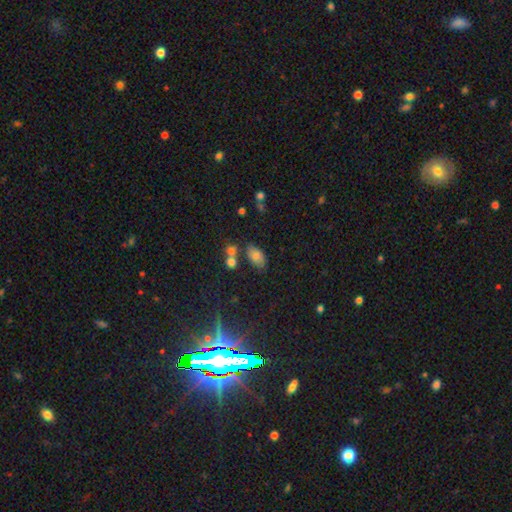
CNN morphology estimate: Q: Smooth or featured?
A: smooth (74%); runner-up: star or artifact (14%)
Q: How rounded?
A: in between (91%); runner-up: round (6%)
Q: Merging?
A: none (66%); runner-up: minor disturbance (15%)